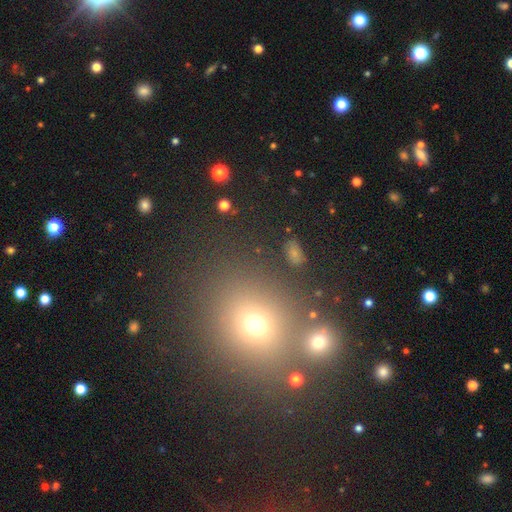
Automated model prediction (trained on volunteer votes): This appears to be a smooth galaxy with no disk features (52%) that is round (71%). Merging: none (76%).